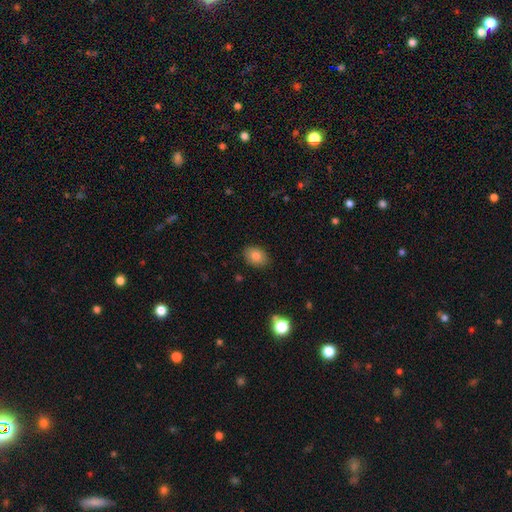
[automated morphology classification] Smooth or featured? Predicted: smooth (p=0.83). How rounded? Predicted: in between (p=0.72). Merging? Predicted: none (p=0.87).